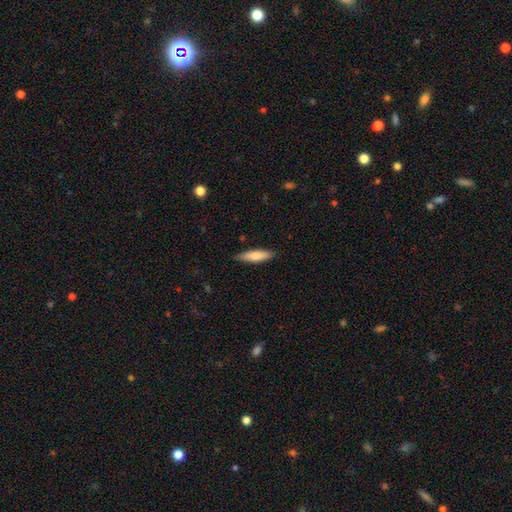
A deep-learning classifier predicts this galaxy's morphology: Smooth or featured? Predicted: smooth (p=0.75). How rounded? Predicted: cigar-shaped (p=0.70). Merging? Predicted: none (p=0.85).